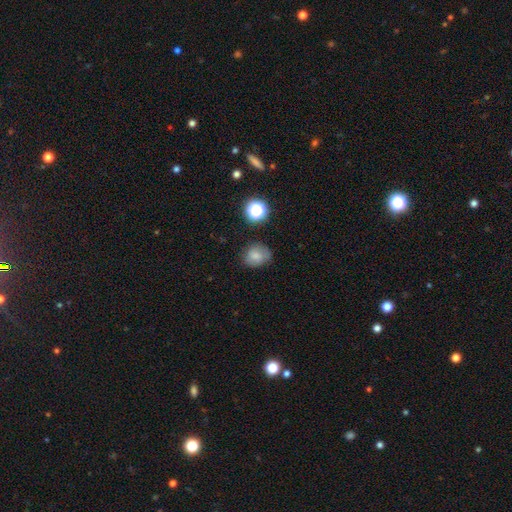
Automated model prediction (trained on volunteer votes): A smooth galaxy with no disk features (74%) that is round (63%).

Vote fractions:
- Smooth or featured? smooth: 74% / star or artifact: 13% / featured or disk: 13%
- How rounded? round: 63% / in between: 36% / cigar-shaped: 1%
- Merging? none: 70% / minor disturbance: 21% / major disturbance: 6% / merger: 3%